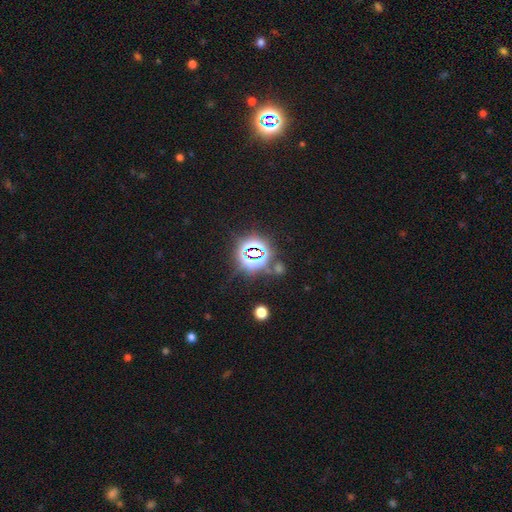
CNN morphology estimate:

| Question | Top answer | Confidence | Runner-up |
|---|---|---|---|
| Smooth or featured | star or artifact | 76% | smooth (15%) |